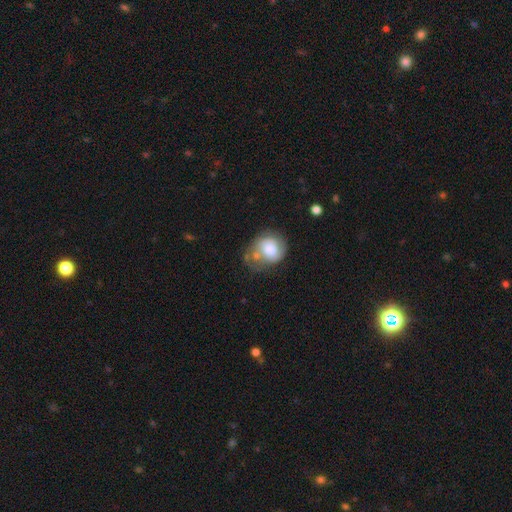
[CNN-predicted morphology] type=smooth (57%); roundness=round (65%); merging=none (42%).